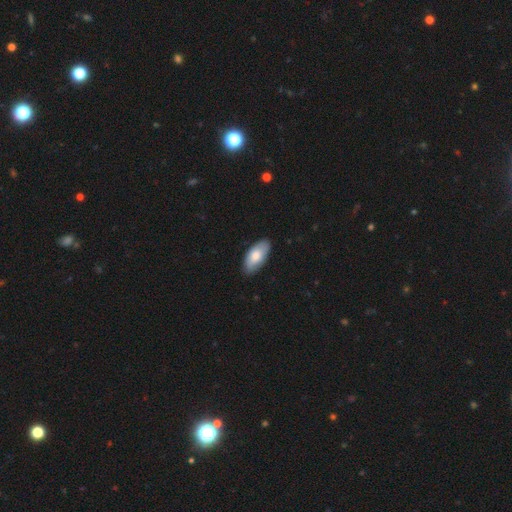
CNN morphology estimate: type=smooth (76%); roundness=in between (93%); merging=none (85%).